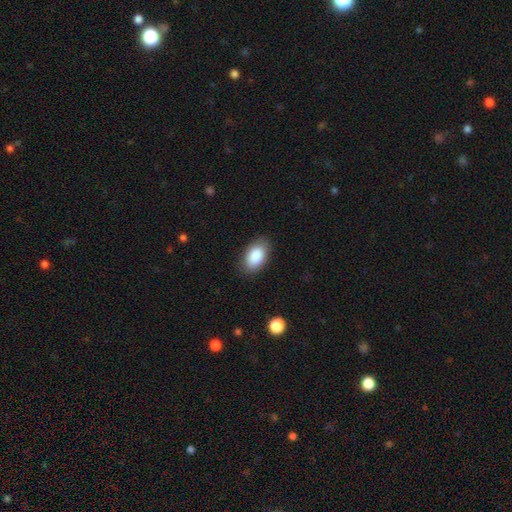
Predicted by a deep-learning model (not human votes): The model was most divided on "merging": none: 85%, minor disturbance: 11%, major disturbance: 3%, merger: 1%. More confident: how rounded — in between (93%); smooth or featured — smooth (87%).